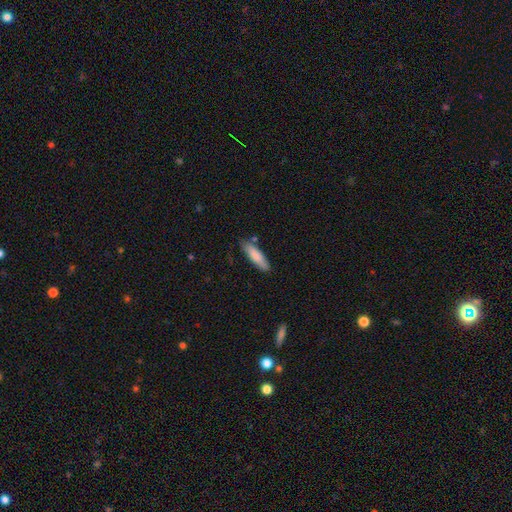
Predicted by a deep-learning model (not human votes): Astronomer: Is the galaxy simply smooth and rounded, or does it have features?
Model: smooth — 82%.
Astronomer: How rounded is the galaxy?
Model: cigar-shaped — 66%.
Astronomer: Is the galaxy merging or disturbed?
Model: none — 78%.